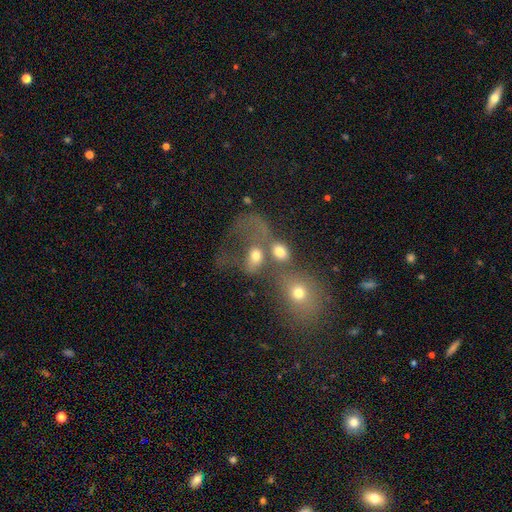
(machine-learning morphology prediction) Smooth or featured?
  - smooth: 62% *
  - featured or disk: 24%
  - star or artifact: 15%
How rounded?
  - in between: 63% *
  - round: 34%
  - cigar-shaped: 2%
Merging?
  - merger: 57% *
  - major disturbance: 19%
  - none: 16%
  - minor disturbance: 8%